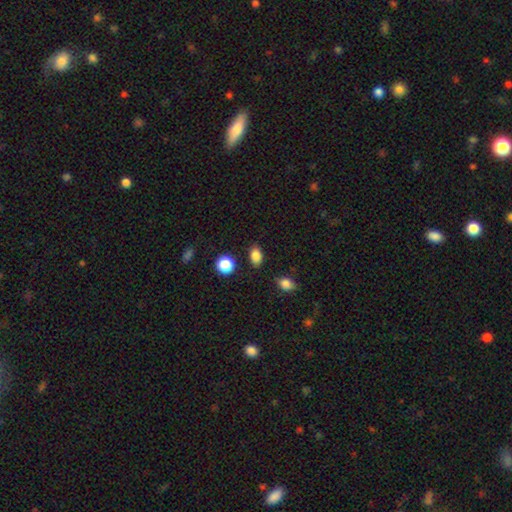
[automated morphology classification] Q: Smooth or featured?
A: smooth (85%); runner-up: star or artifact (10%)
Q: How rounded?
A: in between (80%); runner-up: round (18%)
Q: Merging?
A: none (84%); runner-up: minor disturbance (10%)